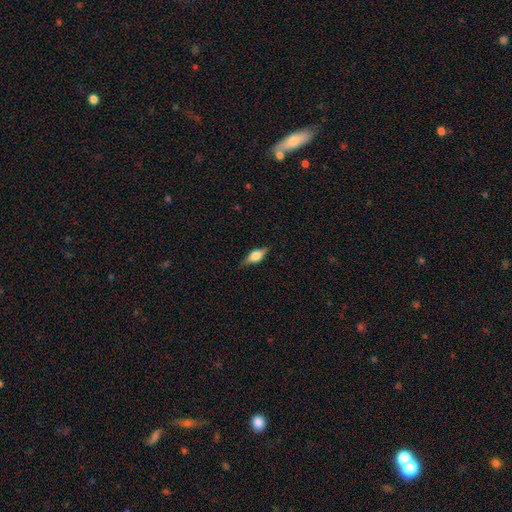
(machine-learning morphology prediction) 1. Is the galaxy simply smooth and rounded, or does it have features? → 54% featured or disk, 38% smooth, 7% star or artifact.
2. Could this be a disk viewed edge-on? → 95% yes, 5% no.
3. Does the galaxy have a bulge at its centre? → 89% rounded, 9% boxy, 1% none.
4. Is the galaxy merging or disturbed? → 85% none, 12% minor disturbance, 3% major disturbance, 1% merger.